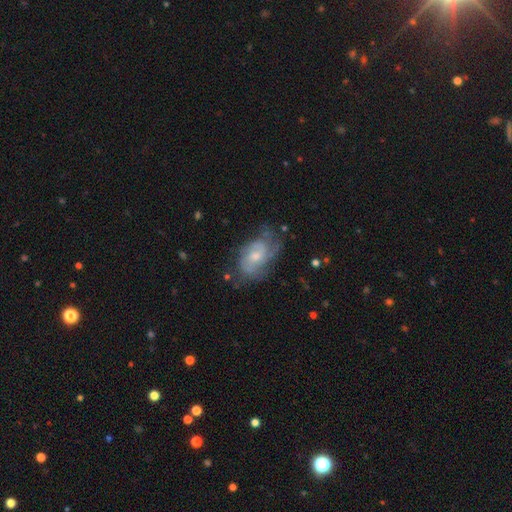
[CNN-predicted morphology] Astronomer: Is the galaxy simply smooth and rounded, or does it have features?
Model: featured or disk — 70%.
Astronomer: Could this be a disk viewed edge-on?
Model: no — 96%.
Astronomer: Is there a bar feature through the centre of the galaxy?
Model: no — 61%.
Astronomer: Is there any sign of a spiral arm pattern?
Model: yes — 85%.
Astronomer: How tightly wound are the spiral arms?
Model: medium — 42% (runner-up: tight, 40%).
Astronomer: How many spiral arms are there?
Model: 2 — 39% (runner-up: can't tell, 36%).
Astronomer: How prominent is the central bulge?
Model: moderate — 47% (runner-up: small, 45%).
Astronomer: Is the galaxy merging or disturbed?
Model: none — 53%.